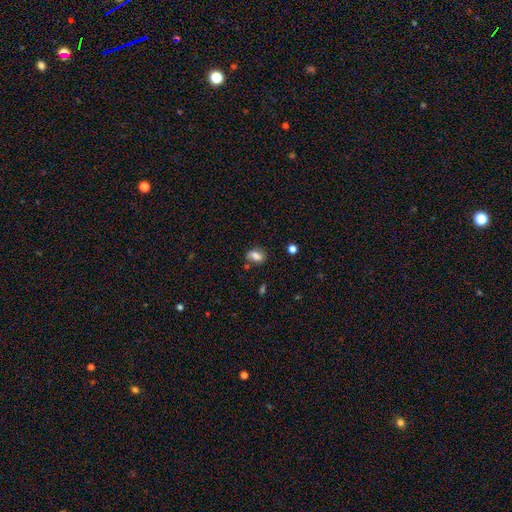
smooth-or-featured: smooth: 84% | featured or disk: 11% | star or artifact: 5%
  how-rounded: in between: 59% | round: 41% | cigar-shaped: 0%
  merging: none: 64% | minor disturbance: 22% | merger: 8% | major disturbance: 6%